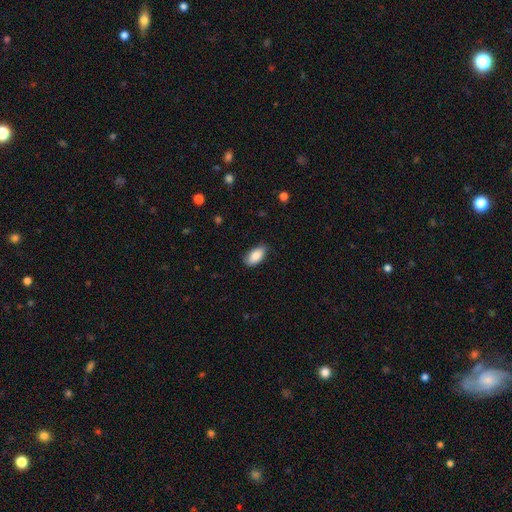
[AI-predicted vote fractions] This is clearly a smooth galaxy (88%). How rounded: clearly in between (93%). Merging: likely none (79%).